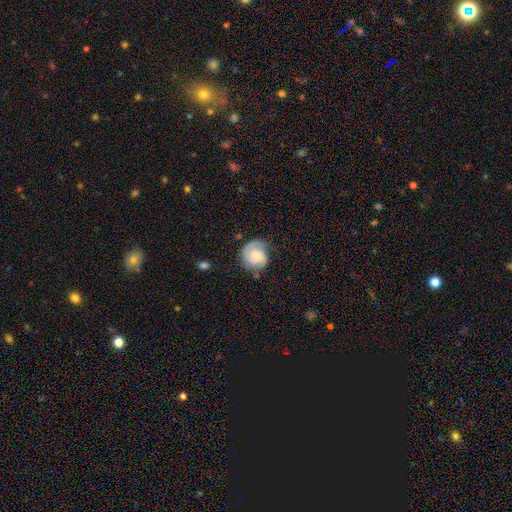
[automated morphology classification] smooth-or-featured: featured or disk: 62% | smooth: 32% | star or artifact: 7%
  disk-edge-on: no: 98% | yes: 2%
    bar: no: 70% | weak: 26% | strong: 4%
    has-spiral-arms: yes: 92% | no: 8%
      spiral-winding: tight: 52% | medium: 35% | loose: 14%
      spiral-arm-count: 2: 54% | 1: 23% | can't tell: 15% | 3: 5% | 4: 2% | more than 4: 2%
    bulge-size: small: 48% | moderate: 39% | none: 6% | large: 5% | dominant: 1%
  merging: none: 62% | minor disturbance: 25% | major disturbance: 11% | merger: 2%